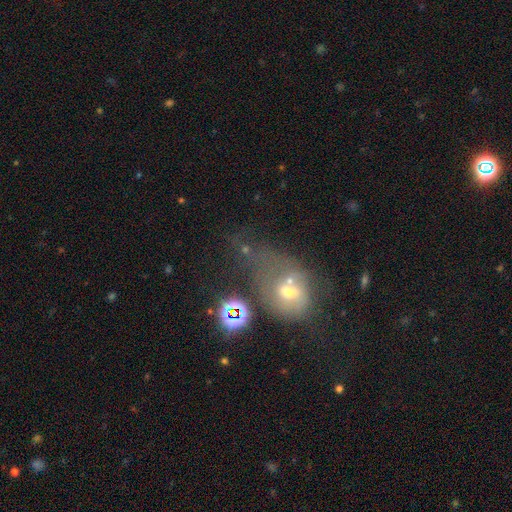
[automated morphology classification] The model was most divided on "smooth or featured": smooth: 41%, featured or disk: 32%, star or artifact: 26%. Remaining: merging — major disturbance (39%).